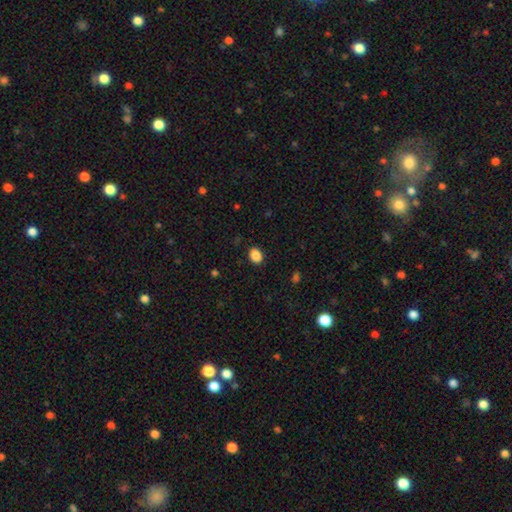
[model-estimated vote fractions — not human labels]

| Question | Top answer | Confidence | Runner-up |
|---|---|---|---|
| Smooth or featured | smooth | 87% | star or artifact (9%) |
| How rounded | in between | 64% | round (35%) |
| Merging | none | 89% | minor disturbance (8%) |